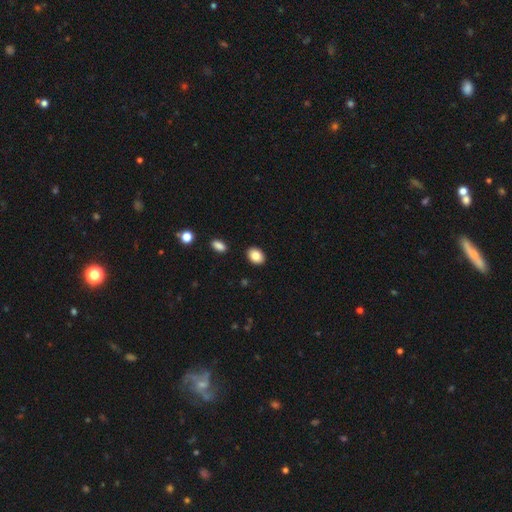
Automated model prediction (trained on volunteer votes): Morphology: type=smooth (86%); roundness=in between (74%); merging=none (89%).